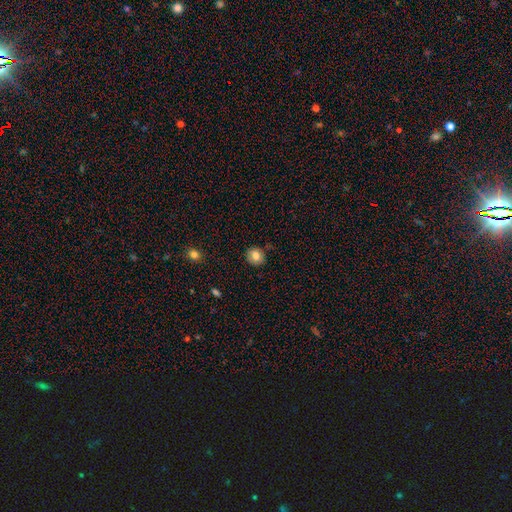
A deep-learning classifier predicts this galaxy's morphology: smooth-or-featured: smooth: 78% | featured or disk: 13% | star or artifact: 10%
  how-rounded: round: 83% | in between: 16% | cigar-shaped: 1%
  merging: none: 86% | minor disturbance: 10% | major disturbance: 2% | merger: 2%